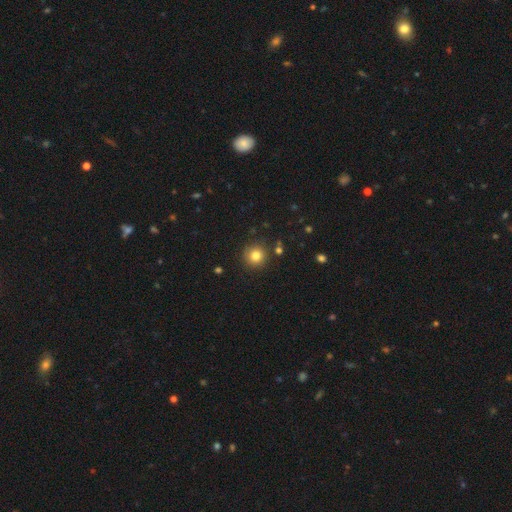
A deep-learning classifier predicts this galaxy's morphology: Smooth or featured? smooth (82%)
How rounded? round (94%)
Merging? none (88%)